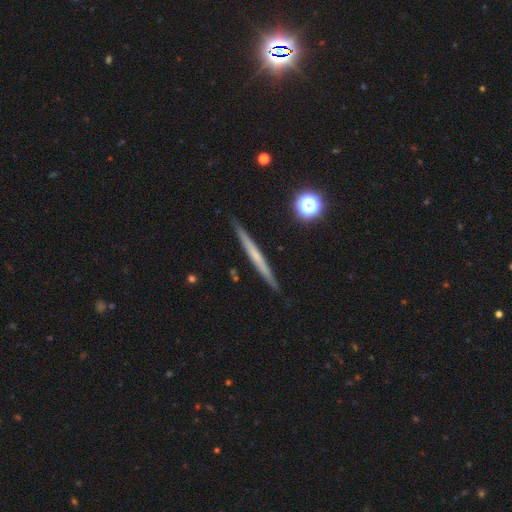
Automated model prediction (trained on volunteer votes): Smooth or featured?
  - featured or disk: 51% *
  - smooth: 42%
  - star or artifact: 7%
Edge-on disk?
  - yes: 97% *
  - no: 3%
Merging?
  - none: 92% *
  - minor disturbance: 6%
  - merger: 1%
  - major disturbance: 1%